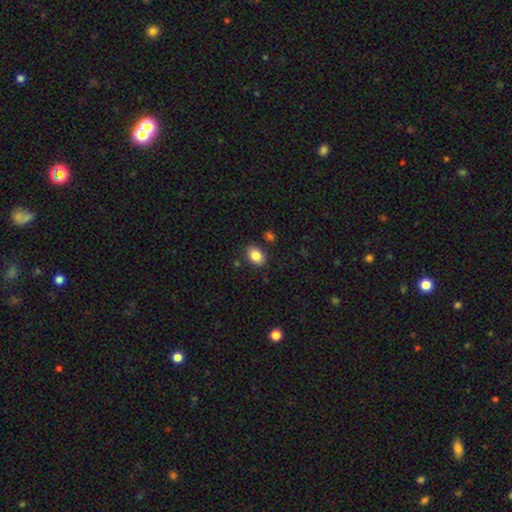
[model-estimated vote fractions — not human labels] This is clearly a smooth galaxy (85%). How rounded: likely in between (75%). Merging: clearly none (85%).